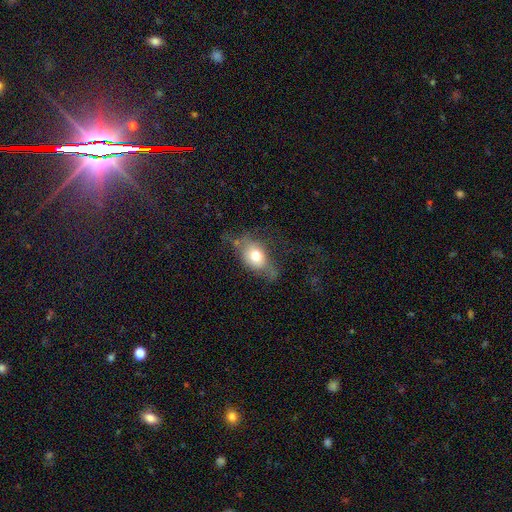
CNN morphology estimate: Smooth or featured: smooth — 66% (featured or disk — 24%)
How rounded: in between — 72% (round — 25%)
Merging: none — 43% (minor disturbance — 29%)